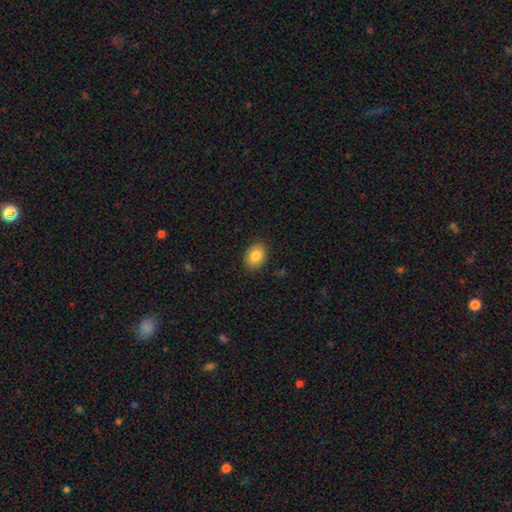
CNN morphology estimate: A smooth galaxy with no disk features (84%) that is in between round and cigar-shaped (66%). Merging: none (88%).